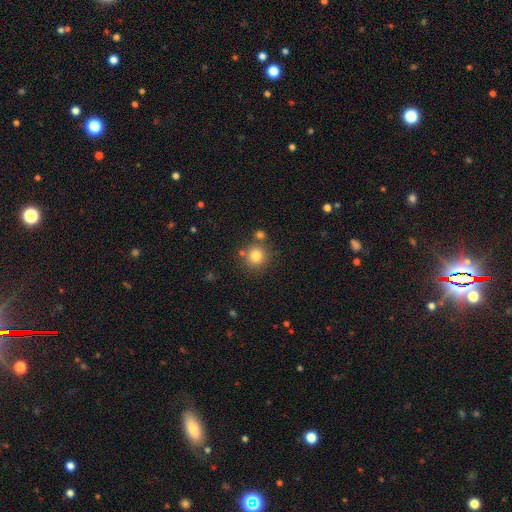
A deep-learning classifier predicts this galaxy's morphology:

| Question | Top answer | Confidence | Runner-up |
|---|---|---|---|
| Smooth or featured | smooth | 81% | star or artifact (12%) |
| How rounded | round | 92% | in between (7%) |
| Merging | none | 77% | merger (11%) |